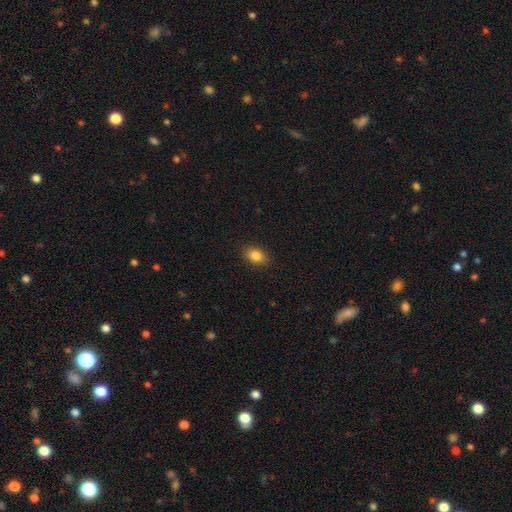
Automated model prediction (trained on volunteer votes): Smooth or featured: smooth — 84% (star or artifact — 9%)
How rounded: in between — 77% (round — 21%)
Merging: none — 89% (minor disturbance — 8%)